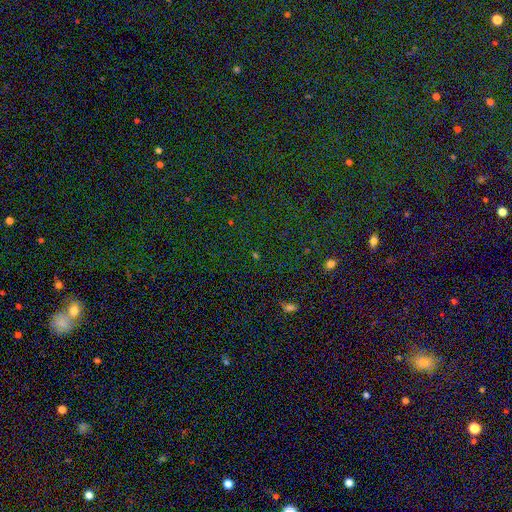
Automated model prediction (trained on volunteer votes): A star or artifact, not a galaxy (68%).